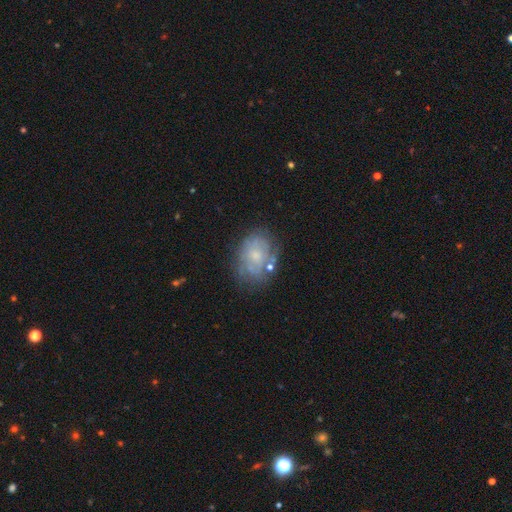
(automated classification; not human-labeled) This is possibly a featured or disk galaxy (53%). It is clearly not viewed edge-on (97%). Bar: clearly no (82%). Spiral arm pattern: possibly no (50%, tied with yes). Central bulge: possibly small (56%). Merging: possibly none (60%).